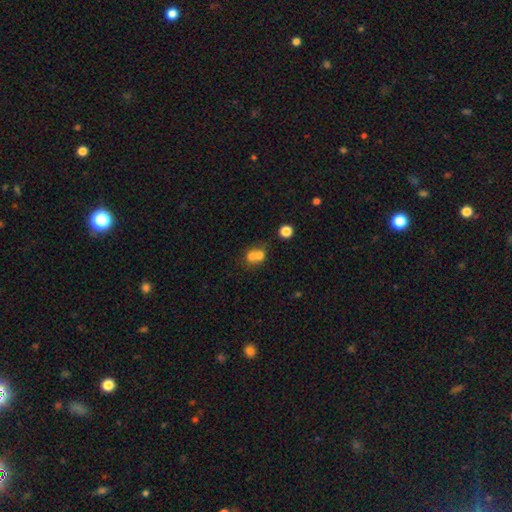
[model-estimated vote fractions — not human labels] A smooth galaxy with no disk features (69%) that is round (75%). Merging: merger (64%).